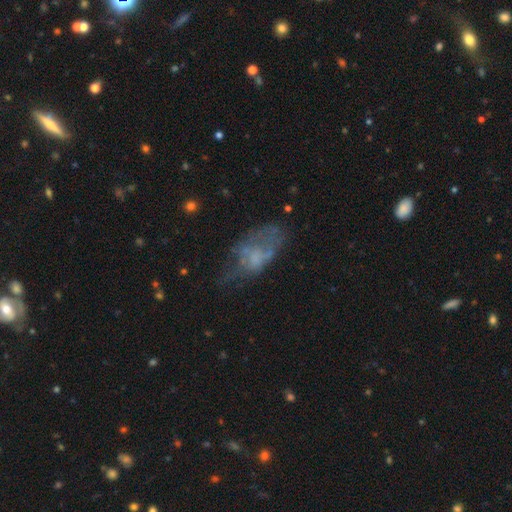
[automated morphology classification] A featured or disk galaxy (45%). Merging: none (37%).